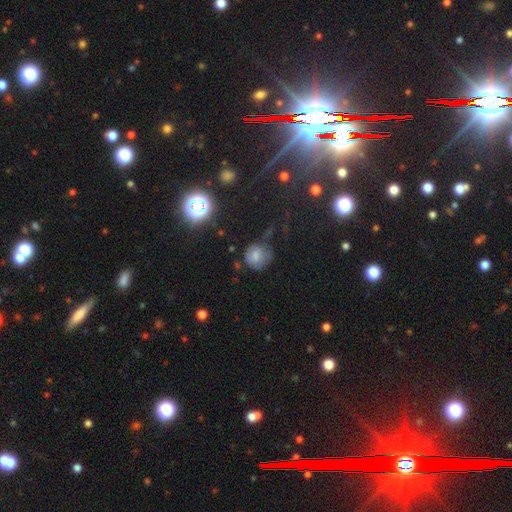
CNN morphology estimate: The model was most divided on "merging": none: 54%, minor disturbance: 28%, major disturbance: 14%, merger: 4%. More confident: how rounded — round (82%); smooth or featured — smooth (66%).